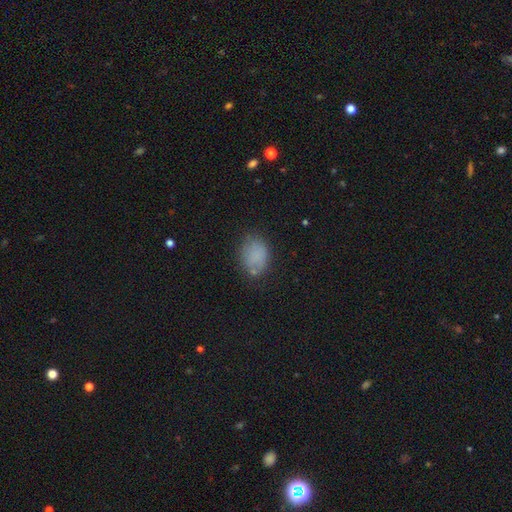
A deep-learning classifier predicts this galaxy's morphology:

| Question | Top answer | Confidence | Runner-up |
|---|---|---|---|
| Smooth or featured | smooth | 78% | star or artifact (11%) |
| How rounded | in between | 68% | round (31%) |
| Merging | none | 65% | minor disturbance (23%) |